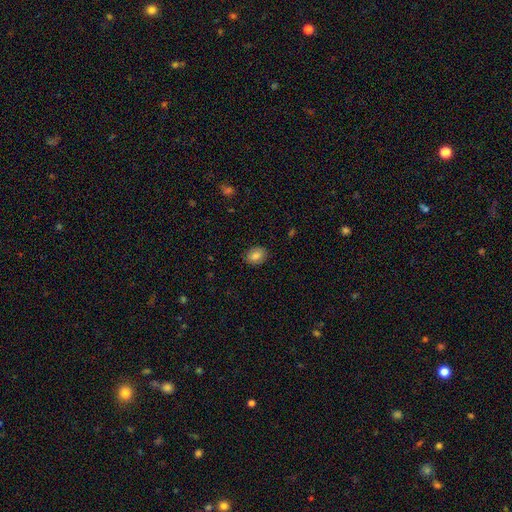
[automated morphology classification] The model was most divided on "how rounded": in between: 60%, round: 39%, cigar-shaped: 1%. More confident: merging — none (87%); smooth or featured — smooth (83%).